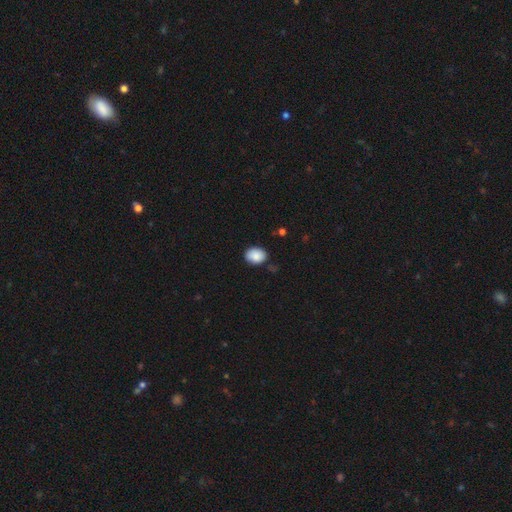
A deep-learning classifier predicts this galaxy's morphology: smooth-or-featured: smooth: 88% | star or artifact: 8% | featured or disk: 4%
  how-rounded: in between: 63% | round: 36% | cigar-shaped: 1%
  merging: none: 81% | minor disturbance: 14% | major disturbance: 3% | merger: 2%